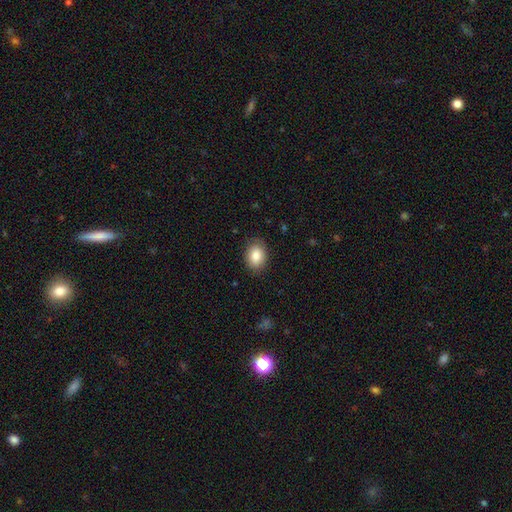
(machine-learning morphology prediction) This is clearly a smooth galaxy (86%). How rounded: likely in between (67%). Merging: clearly none (86%).